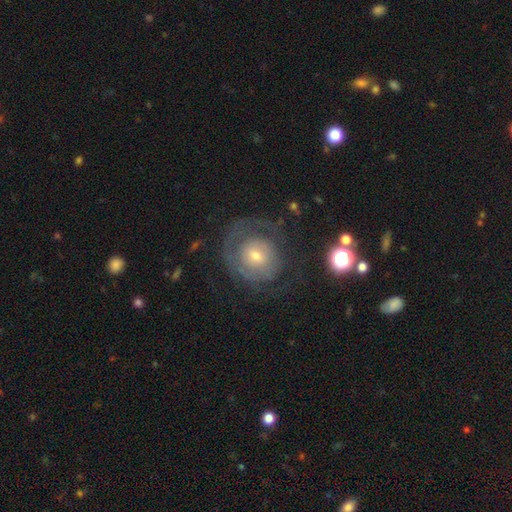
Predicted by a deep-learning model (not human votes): Overall: featured or disk (63%; smooth 28%). Edge-on disk: no (97%). Bar: no (76%). Spiral arms: yes (68%; no 32%). Bulge size: small (60%; moderate 34%). Merging: none (57%; major disturbance 23%).